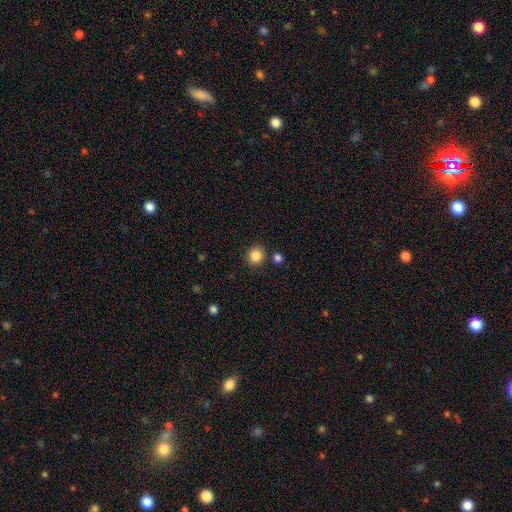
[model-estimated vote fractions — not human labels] Smooth or featured? smooth (86%)
How rounded? round (89%)
Merging? none (85%)